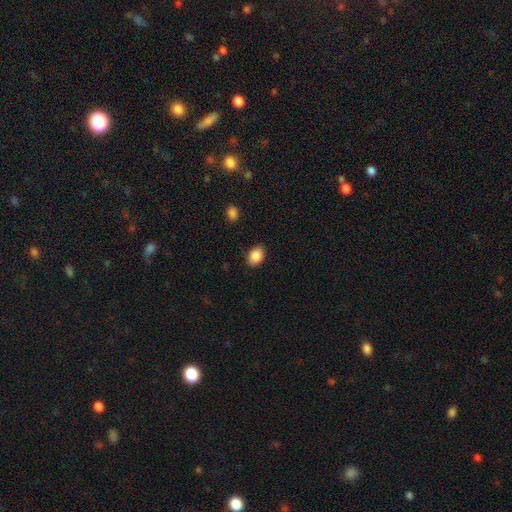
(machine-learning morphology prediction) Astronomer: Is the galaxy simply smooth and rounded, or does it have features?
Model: smooth — 88%.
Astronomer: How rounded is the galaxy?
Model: in between — 74%.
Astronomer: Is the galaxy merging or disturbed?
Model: none — 89%.